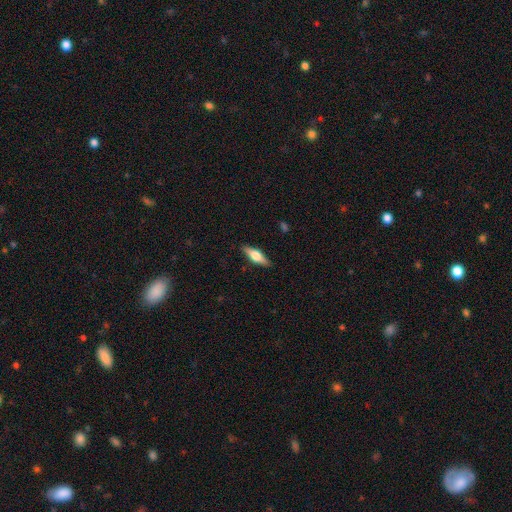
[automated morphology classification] This is possibly a featured or disk galaxy (54%). It is clearly viewed edge-on (94%). Edge-on bulge: clearly rounded (92%). Merging: clearly none (88%).